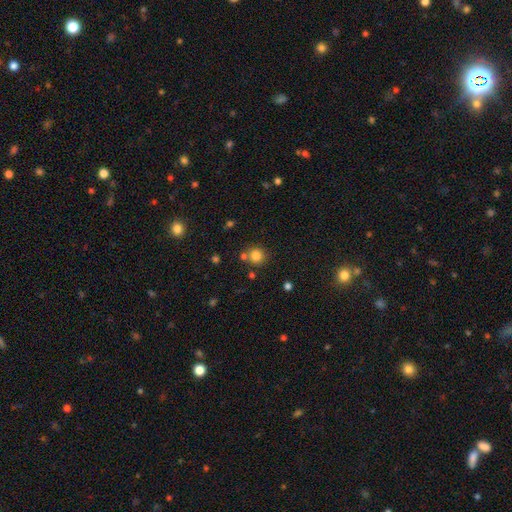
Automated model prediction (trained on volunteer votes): Smooth or featured: smooth — 81% (star or artifact — 13%)
How rounded: round — 92% (in between — 7%)
Merging: none — 74% (merger — 14%)